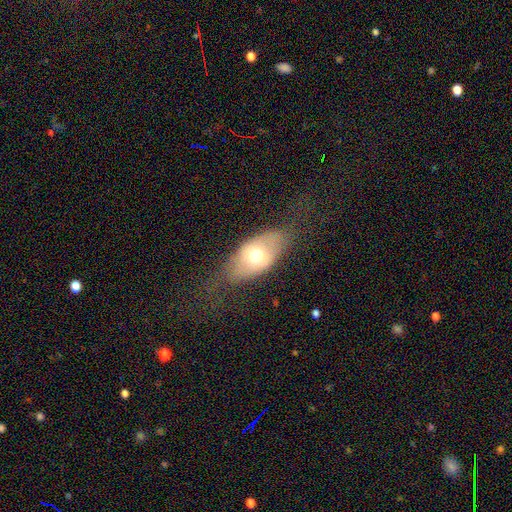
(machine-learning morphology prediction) This is likely a smooth galaxy (61%). How rounded: clearly in between (88%). Merging: possibly none (57%).